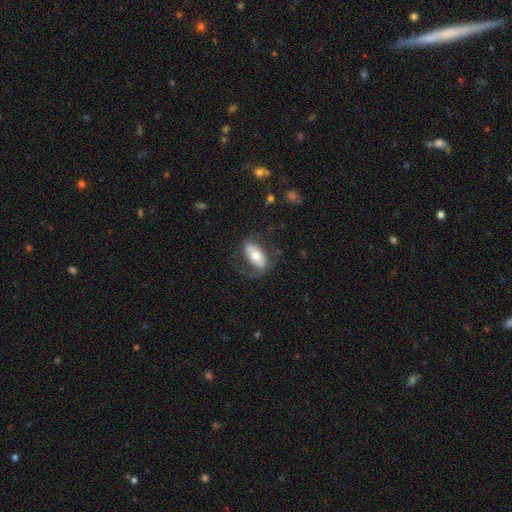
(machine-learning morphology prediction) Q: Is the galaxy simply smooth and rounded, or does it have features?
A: smooth — 48%.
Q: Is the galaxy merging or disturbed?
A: none — 64%.